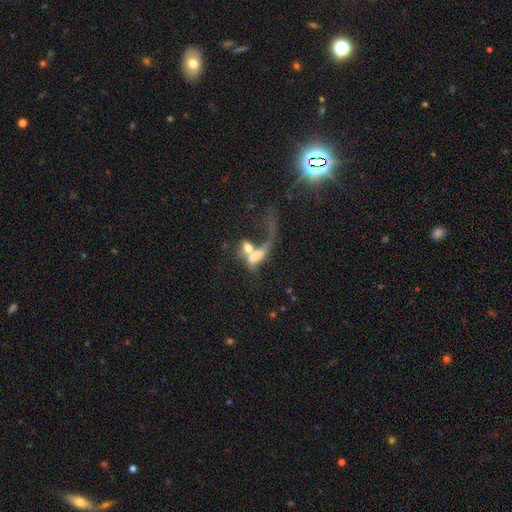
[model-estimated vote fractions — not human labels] This appears to be a smooth galaxy with no disk features (47%). Merging: merger (61%).